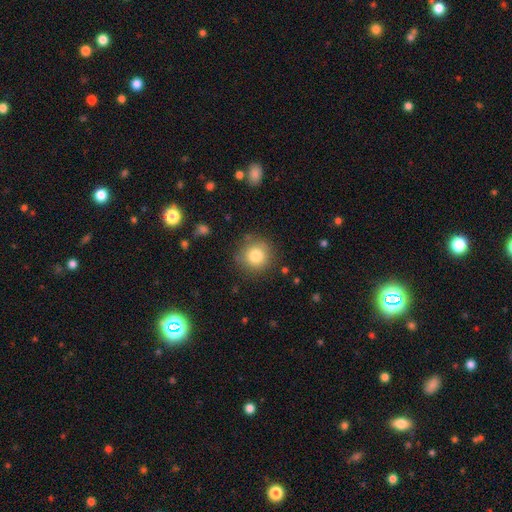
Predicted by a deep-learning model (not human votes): This is clearly a smooth galaxy (81%). How rounded: clearly round (93%). Merging: clearly none (84%).